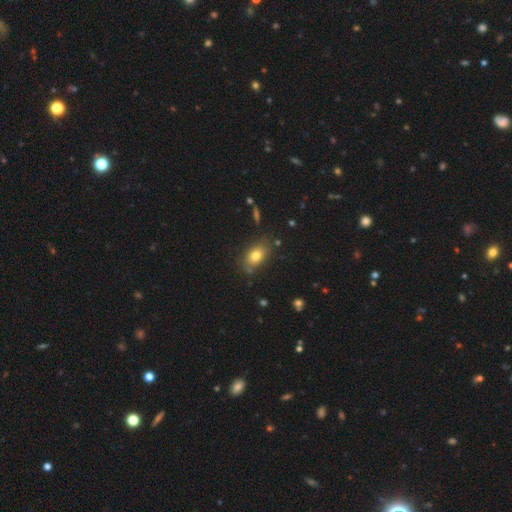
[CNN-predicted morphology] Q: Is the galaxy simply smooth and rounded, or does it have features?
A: smooth — 77%.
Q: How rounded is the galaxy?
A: in between — 83%.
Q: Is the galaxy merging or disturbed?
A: none — 77%.